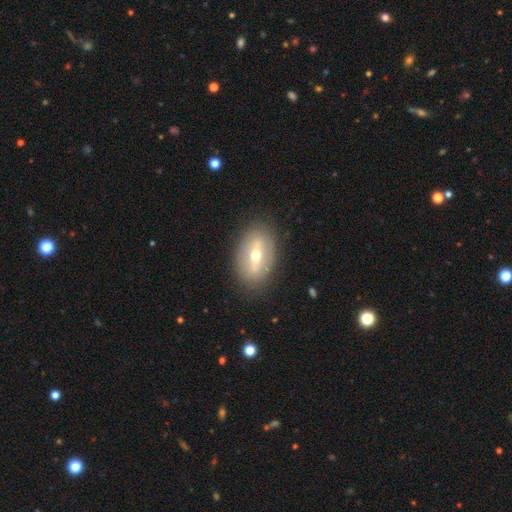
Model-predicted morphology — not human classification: featured or disk 58%, smooth 35%, star or artifact 8%. Down the decision tree: edge-on disk — no (80%); merging — none (84%).